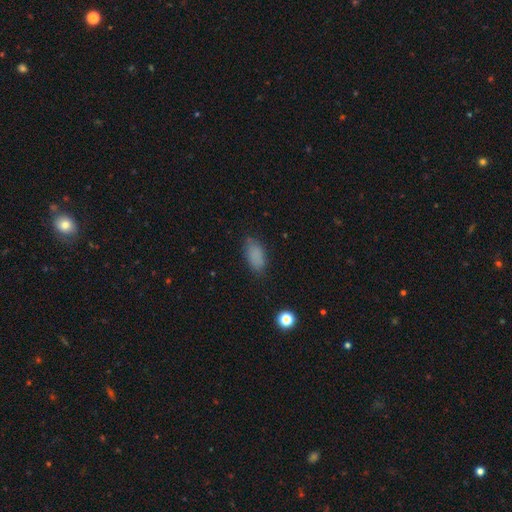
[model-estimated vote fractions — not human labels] Smooth or featured: smooth — 85% (star or artifact — 10%)
How rounded: in between — 90% (cigar-shaped — 6%)
Merging: none — 79% (minor disturbance — 16%)